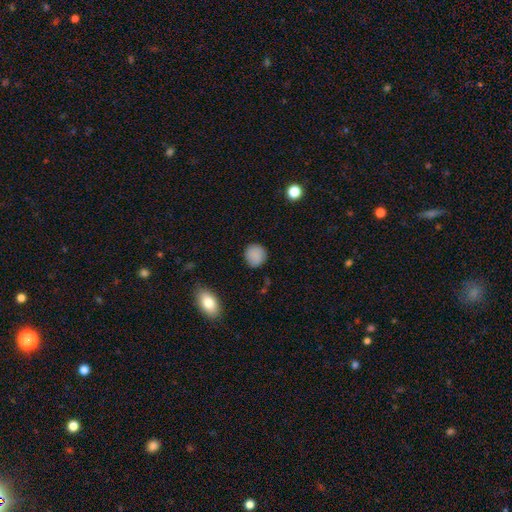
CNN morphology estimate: A smooth galaxy with no disk features (87%) that is round (88%). Merging: none (86%).